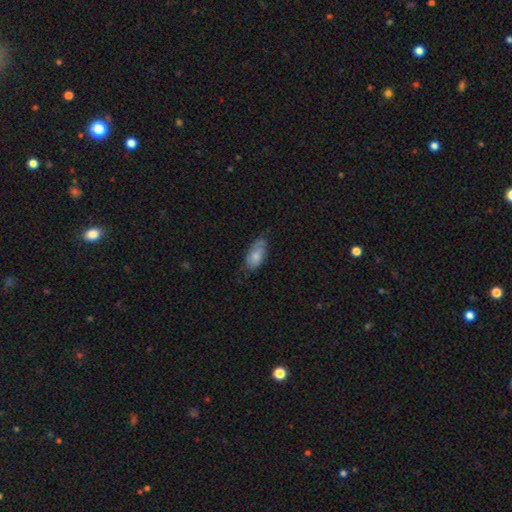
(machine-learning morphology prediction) This is likely a smooth galaxy (70%). How rounded: clearly in between (91%). Merging: possibly none (56%).